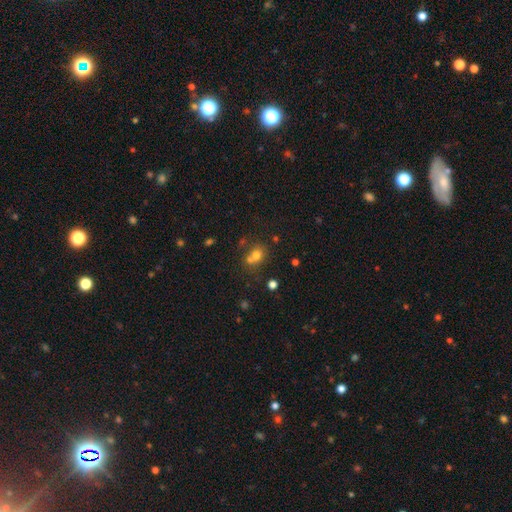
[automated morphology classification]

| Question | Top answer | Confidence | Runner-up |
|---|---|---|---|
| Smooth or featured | smooth | 70% | star or artifact (17%) |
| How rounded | round | 57% | in between (42%) |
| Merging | none | 43% | merger (41%) |